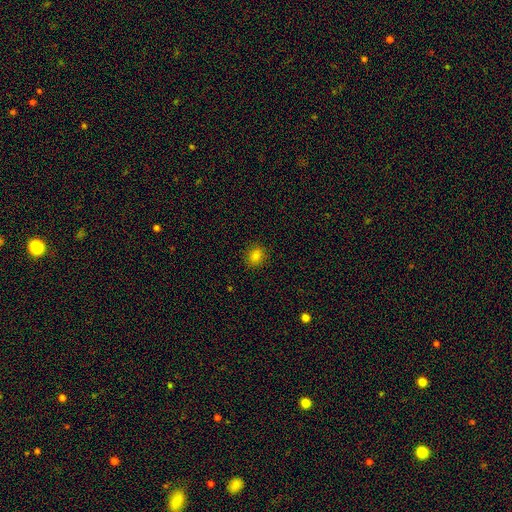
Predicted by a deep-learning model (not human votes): smooth-or-featured: smooth: 82% | star or artifact: 12% | featured or disk: 6%
  how-rounded: round: 58% | in between: 41% | cigar-shaped: 1%
  merging: none: 89% | minor disturbance: 8% | major disturbance: 2% | merger: 1%